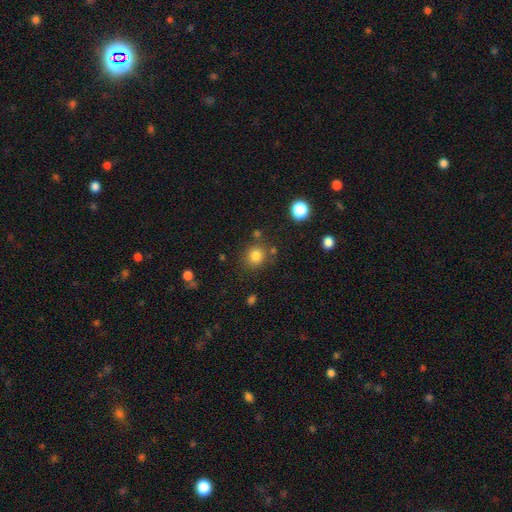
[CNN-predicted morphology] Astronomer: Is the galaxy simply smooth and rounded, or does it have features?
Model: smooth — 82%.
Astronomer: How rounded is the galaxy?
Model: round — 85%.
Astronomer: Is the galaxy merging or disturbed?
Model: none — 79%.